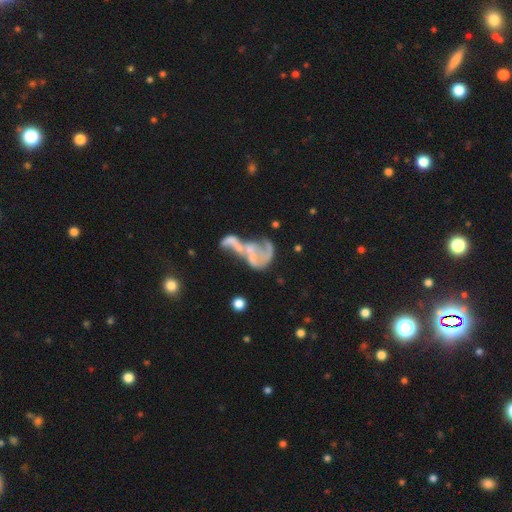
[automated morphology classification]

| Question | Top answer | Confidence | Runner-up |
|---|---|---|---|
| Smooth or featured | featured or disk | 69% | smooth (20%) |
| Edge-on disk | no | 97% | yes (3%) |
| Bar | no | 72% | weak (20%) |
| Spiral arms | no | 50% | tied: yes (50%) |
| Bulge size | none | 48% | small (31%) |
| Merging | merger | 55% | major disturbance (26%) |